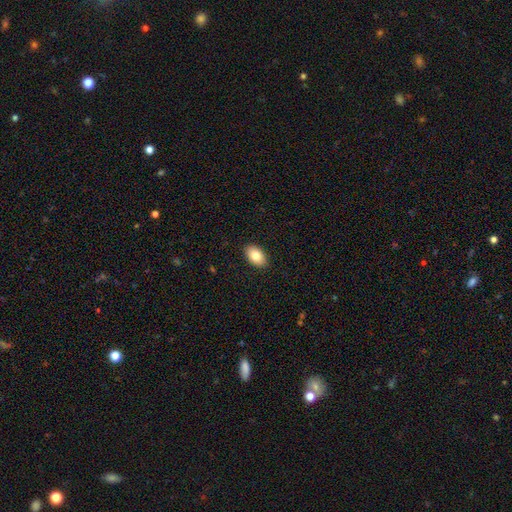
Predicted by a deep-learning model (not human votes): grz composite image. It shows a smooth galaxy with no disk features (82%) that is in between round and cigar-shaped (92%). Merging: none (90%).